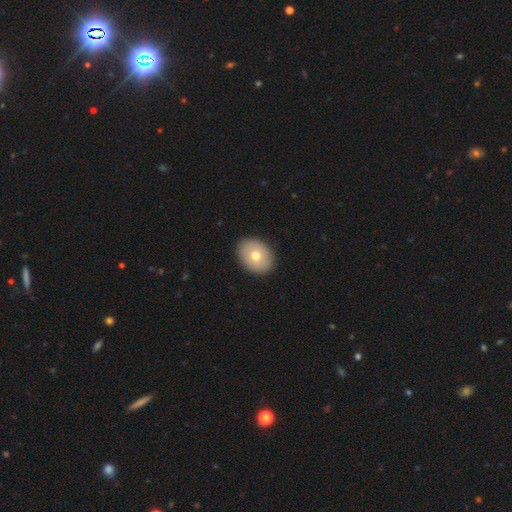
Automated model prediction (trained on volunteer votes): Smooth or featured? smooth (71%)
How rounded? in between (66%)
Merging? none (89%)